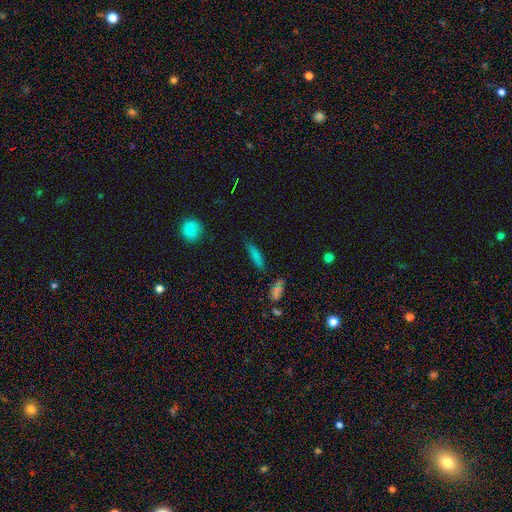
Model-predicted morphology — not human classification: type=smooth (69%); roundness=cigar-shaped (77%); merging=none (79%).